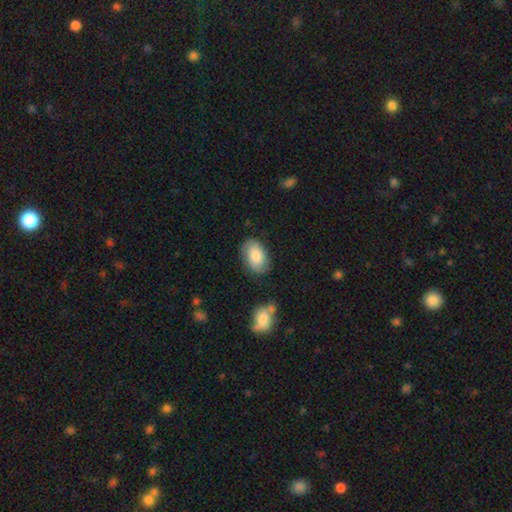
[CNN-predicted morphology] Smooth or featured: smooth — 81% (featured or disk — 13%)
How rounded: in between — 91% (round — 8%)
Merging: none — 78% (minor disturbance — 16%)